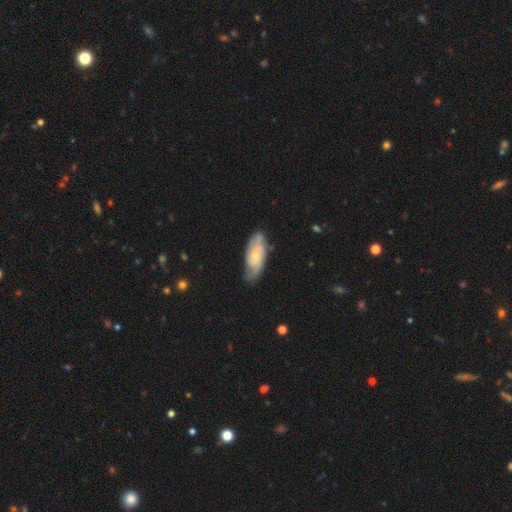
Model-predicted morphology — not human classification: A featured or disk galaxy (73%) with no bar (65%), 2 (56%) tight (47%) spiral arms (92%) and a small central bulge (54%). Merging: none (73%).